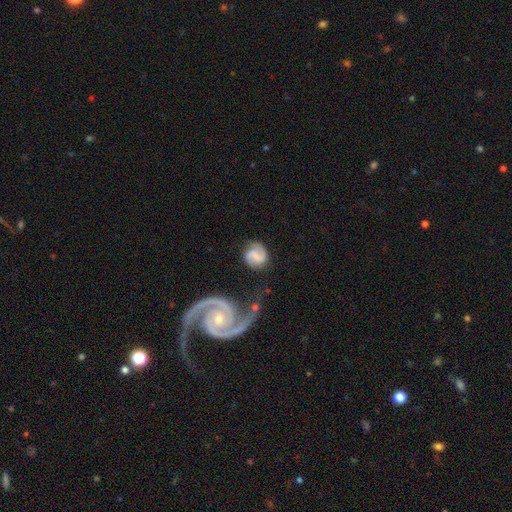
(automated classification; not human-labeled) A featured or disk galaxy (64%) with a weak bar (45%), 2 (87%) medium (47%) spiral arms (94%) and no central bulge (48%).

Vote fractions:
- Smooth or featured? featured or disk: 64% / smooth: 29% / star or artifact: 8%
- Edge-on disk? no: 97% / yes: 3%
- Bar? weak: 45% / no: 34% / strong: 21%
- Spiral arms? yes: 94% / no: 6%
- Spiral winding? medium: 47% / tight: 31% / loose: 22%
- Spiral arm count? 2: 87% / can't tell: 5% / 1: 4% / 3: 2% / 4: 1% / more than 4: 1%
- Bulge size? none: 48% / small: 29% / moderate: 16% / large: 4% / dominant: 2%
- Merging? none: 70% / minor disturbance: 17% / major disturbance: 8% / merger: 5%